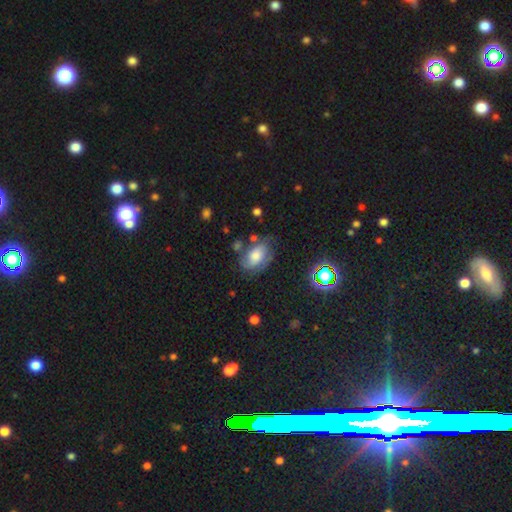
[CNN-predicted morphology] smooth-or-featured: smooth: 45% | featured or disk: 43% | star or artifact: 12%
  merging: none: 56% | minor disturbance: 26% | major disturbance: 13% | merger: 5%